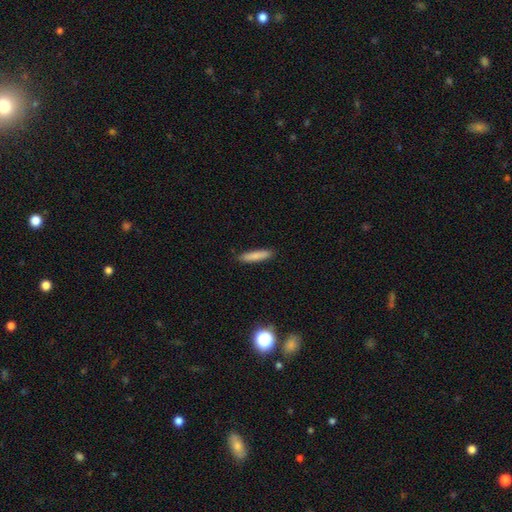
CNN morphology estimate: This is clearly a smooth galaxy (84%). How rounded: clearly cigar-shaped (84%). Merging: clearly none (88%).